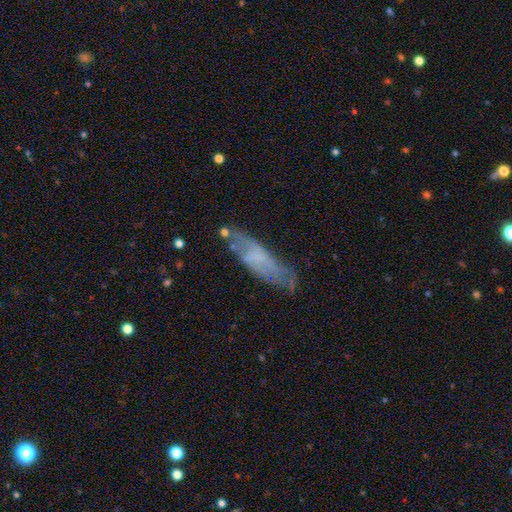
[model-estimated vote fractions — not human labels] Smooth or featured: featured or disk — 49% (smooth — 41%)
Merging: none — 64% (minor disturbance — 23%)